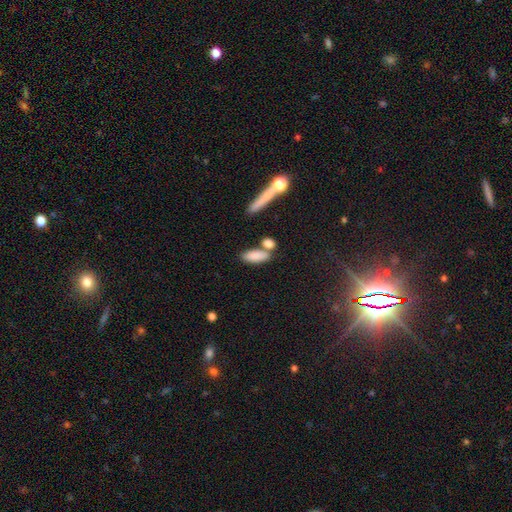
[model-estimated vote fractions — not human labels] Smooth or featured?
  - smooth: 83% *
  - featured or disk: 10%
  - star or artifact: 7%
How rounded?
  - in between: 66% *
  - cigar-shaped: 31%
  - round: 3%
Merging?
  - none: 56% *
  - merger: 26%
  - minor disturbance: 14%
  - major disturbance: 5%